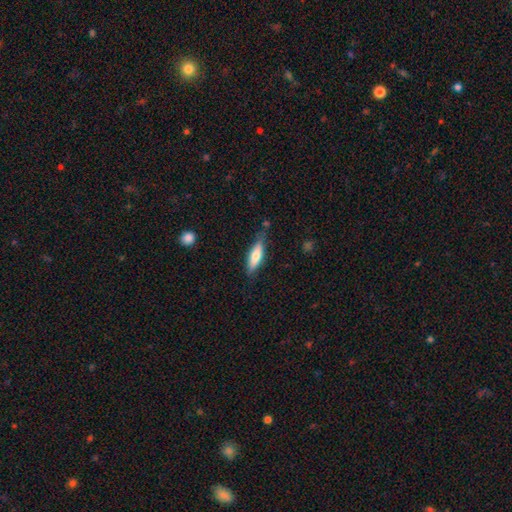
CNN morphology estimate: smooth 64%, featured or disk 30%, star or artifact 6%. Down the decision tree: how rounded — cigar-shaped (59%); merging — none (75%).